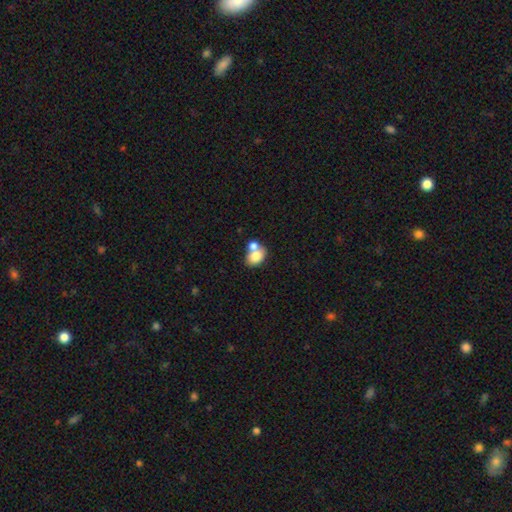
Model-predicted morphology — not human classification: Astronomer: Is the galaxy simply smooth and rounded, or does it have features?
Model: smooth — 77%.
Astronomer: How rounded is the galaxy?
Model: in between — 69%.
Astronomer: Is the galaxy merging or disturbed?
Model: merger — 54% (runner-up: none, 33%).